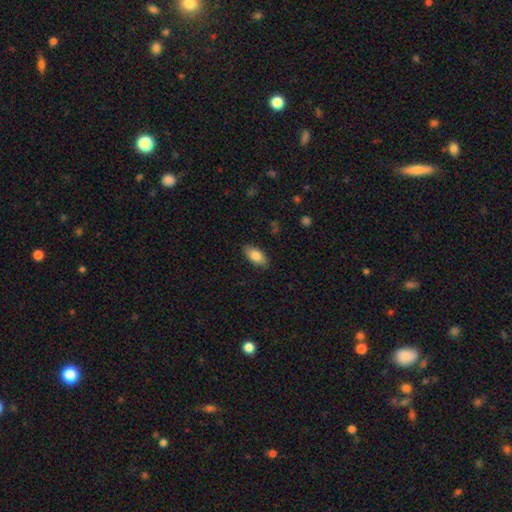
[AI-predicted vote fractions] Smooth or featured? Predicted: smooth (p=0.82). How rounded? Predicted: in between (p=0.91). Merging? Predicted: none (p=0.85).